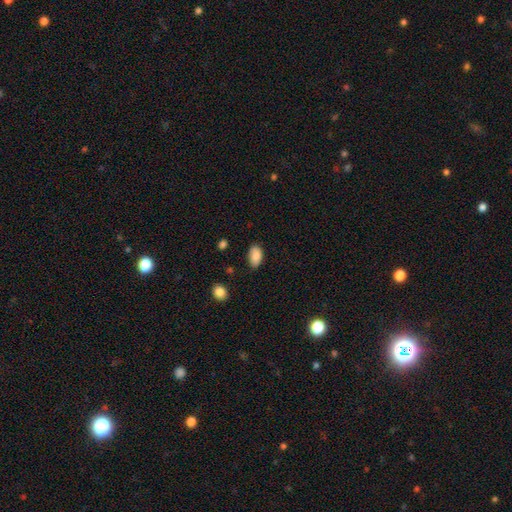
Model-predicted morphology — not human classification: type=smooth (87%); roundness=in between (94%); merging=none (76%).